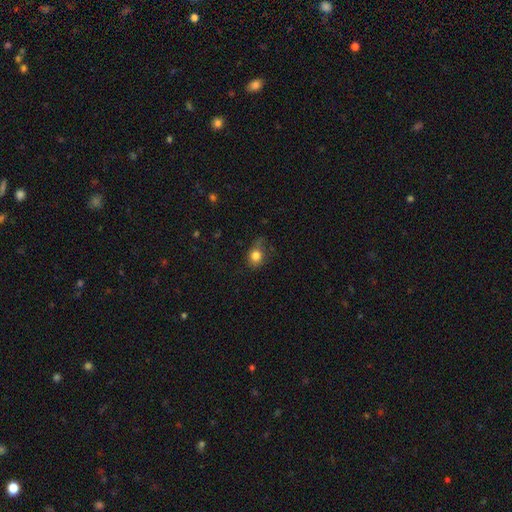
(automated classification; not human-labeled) A smooth galaxy with no disk features (80%) that is round (64%).

Vote fractions:
- Smooth or featured? smooth: 80% / star or artifact: 11% / featured or disk: 8%
- How rounded? round: 64% / in between: 35% / cigar-shaped: 1%
- Merging? none: 59% / minor disturbance: 28% / major disturbance: 11% / merger: 2%